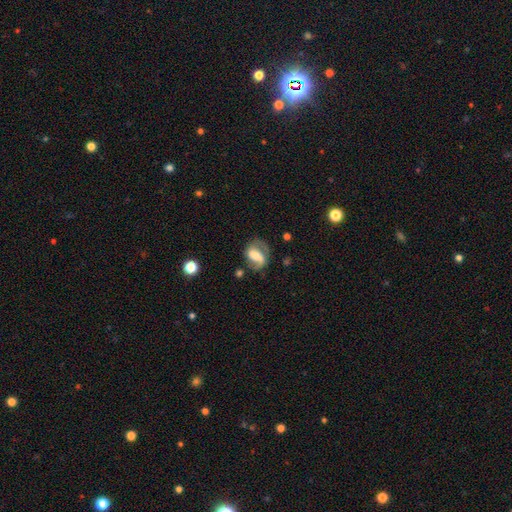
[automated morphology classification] This is likely a featured or disk galaxy (62%). It is clearly not viewed edge-on (96%). Bar: marginally weak (39%). Spiral arm pattern: clearly yes (83%). Spiral arm count: likely 2 (72%). Spiral winding: marginally medium (44%). Central bulge: possibly moderate (47%). Merging: possibly none (57%).